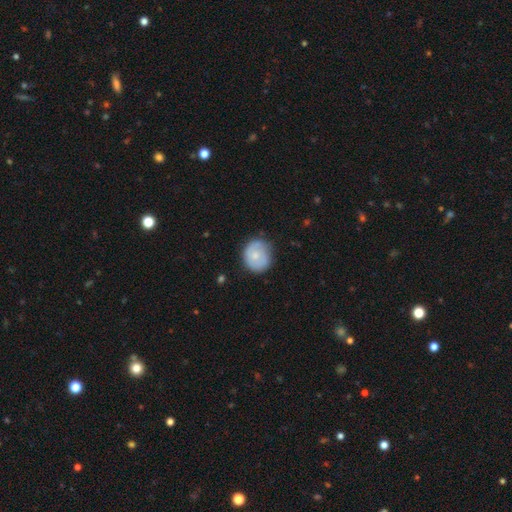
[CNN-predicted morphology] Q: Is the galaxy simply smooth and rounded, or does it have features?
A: smooth — 62%.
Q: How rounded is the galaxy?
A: round — 80%.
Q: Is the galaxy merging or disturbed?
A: none — 71%.